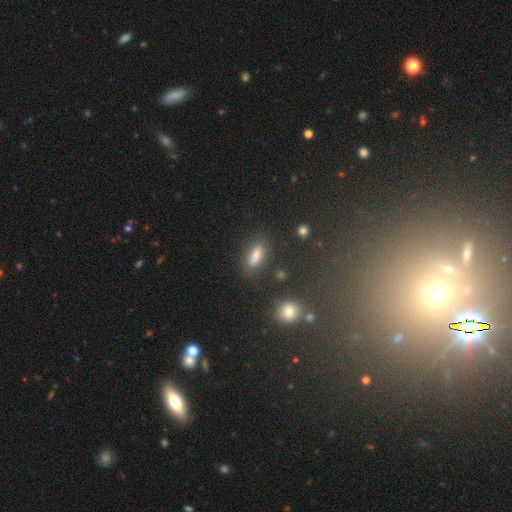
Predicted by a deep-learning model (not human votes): This appears to be a smooth galaxy with no disk features (79%) that is in between round and cigar-shaped (57%). Merging: none (77%).